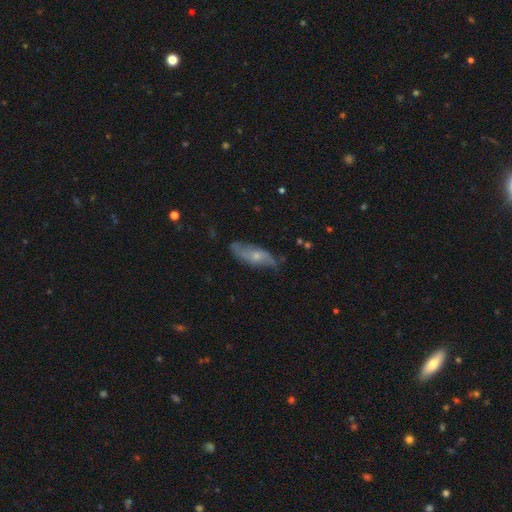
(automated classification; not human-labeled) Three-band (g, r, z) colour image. It shows a featured or disk galaxy (58%). Merging: none (63%).